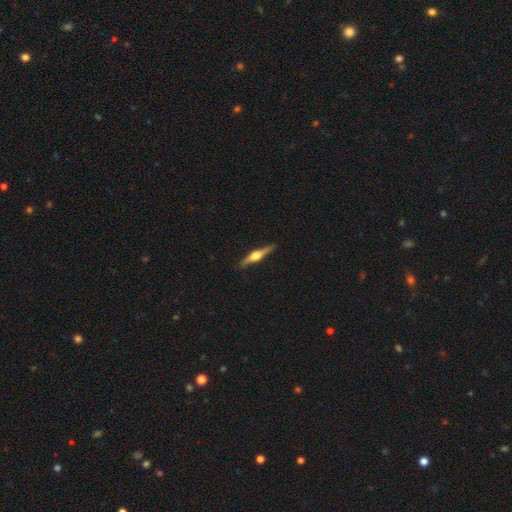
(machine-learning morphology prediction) featured or disk 76%, smooth 20%, star or artifact 5%. Down the decision tree: edge-on disk — yes (98%); edge-on bulge — rounded (94%); merging — none (89%).